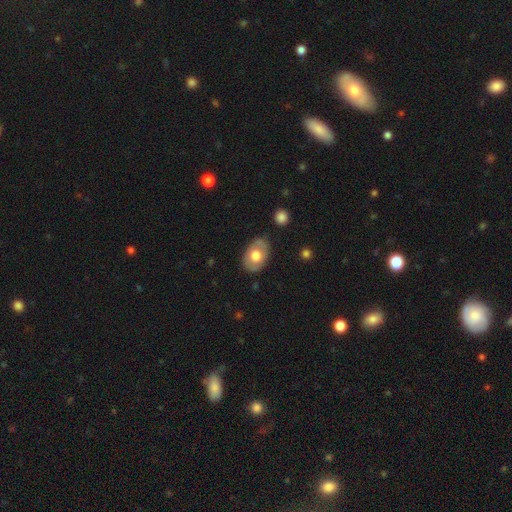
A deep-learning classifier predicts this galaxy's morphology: Smooth or featured: smooth — 61% (featured or disk — 33%)
How rounded: in between — 84% (round — 14%)
Merging: none — 77% (minor disturbance — 17%)